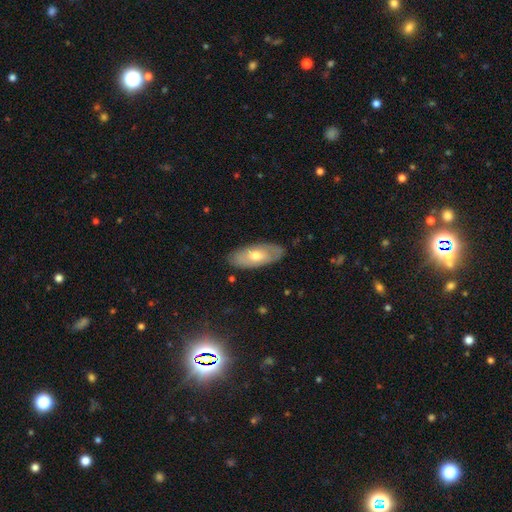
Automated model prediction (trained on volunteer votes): Smooth or featured?
  - smooth: 49% *
  - featured or disk: 44%
  - star or artifact: 6%
Merging?
  - none: 83% *
  - minor disturbance: 13%
  - major disturbance: 3%
  - merger: 1%